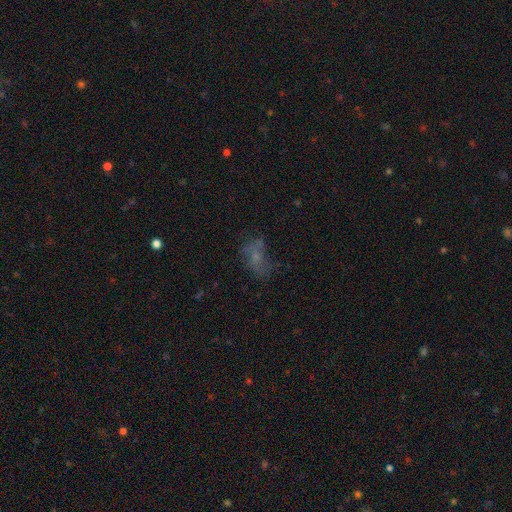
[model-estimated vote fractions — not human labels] Smooth or featured: smooth — 47% (featured or disk — 31%)
Merging: none — 42% (major disturbance — 29%)